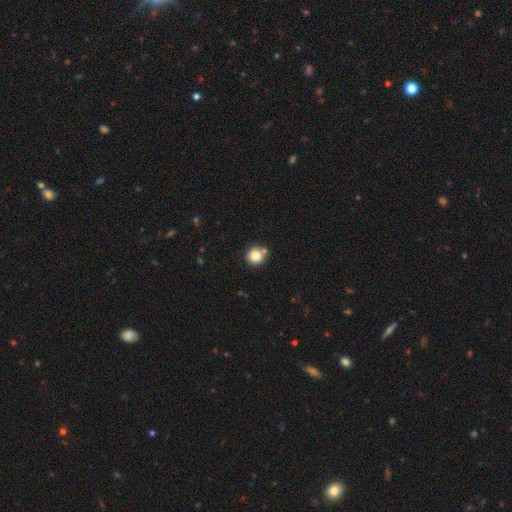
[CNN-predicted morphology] A smooth galaxy with no disk features (84%) that is round (91%).

Vote fractions:
- Smooth or featured? smooth: 84% / star or artifact: 10% / featured or disk: 6%
- How rounded? round: 91% / in between: 8% / cigar-shaped: 1%
- Merging? none: 69% / merger: 16% / minor disturbance: 12% / major disturbance: 4%